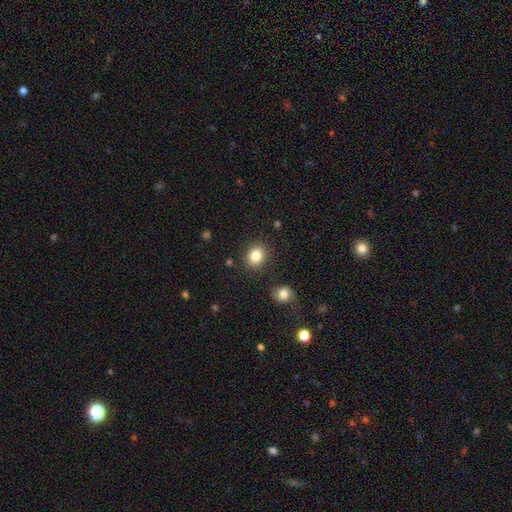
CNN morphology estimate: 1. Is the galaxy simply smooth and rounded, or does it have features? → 84% smooth, 9% star or artifact, 6% featured or disk.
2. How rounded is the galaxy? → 57% round, 42% in between, 1% cigar-shaped.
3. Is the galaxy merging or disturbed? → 85% none, 9% minor disturbance, 3% merger, 3% major disturbance.